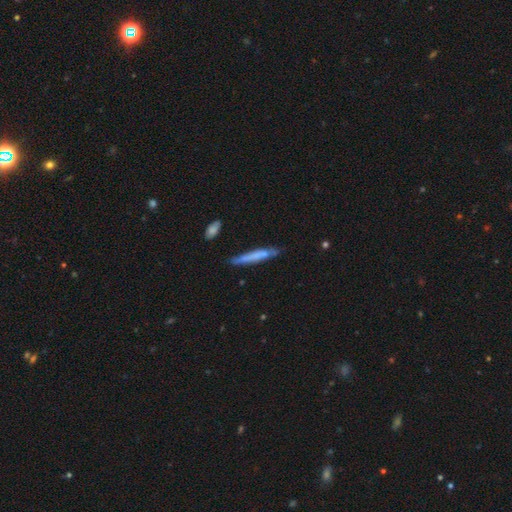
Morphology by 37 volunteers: Volunteers were most divided on "smooth or featured": smooth: 59%, featured or disk: 35%, star or artifact: 5%. More confident: how rounded — cigar-shaped (91%); merging — none (71%).